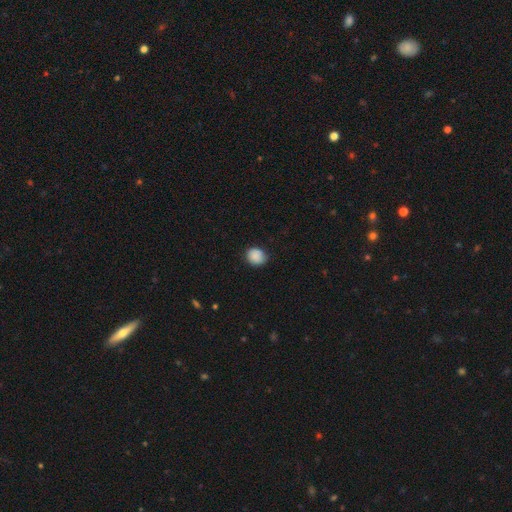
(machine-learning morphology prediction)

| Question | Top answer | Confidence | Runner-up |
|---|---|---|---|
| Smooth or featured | smooth | 88% | star or artifact (8%) |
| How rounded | round | 74% | in between (25%) |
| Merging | none | 80% | minor disturbance (16%) |